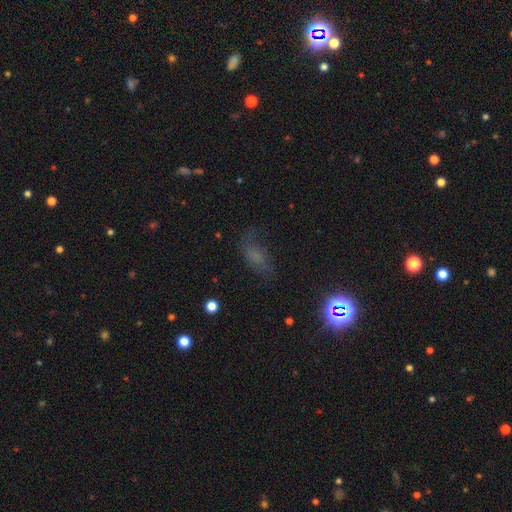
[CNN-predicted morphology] This is possibly a smooth galaxy (49%). Merging: possibly none (58%).